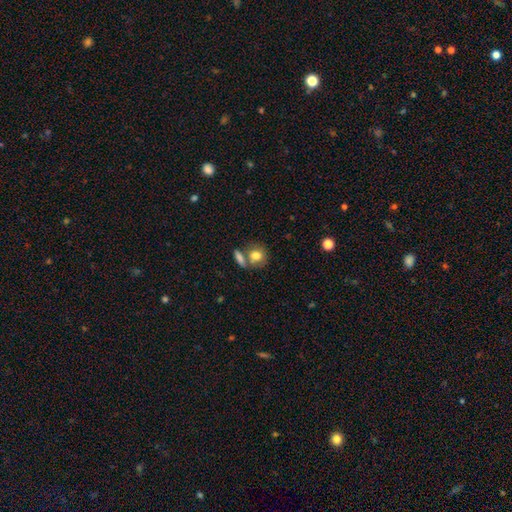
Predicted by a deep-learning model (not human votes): smooth-or-featured: smooth: 77% | featured or disk: 15% | star or artifact: 8%
  how-rounded: round: 69% | in between: 29% | cigar-shaped: 2%
  merging: none: 50% | merger: 32% | minor disturbance: 13% | major disturbance: 5%